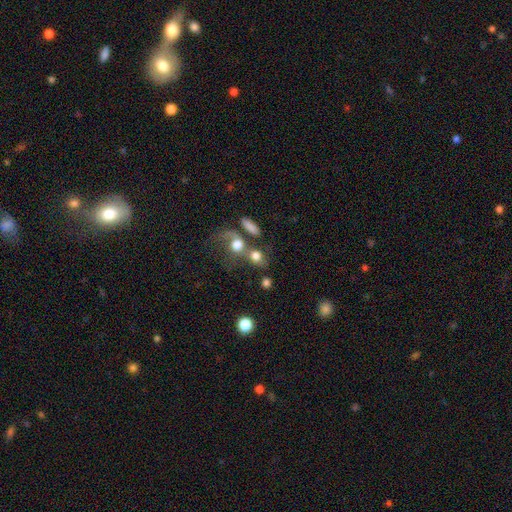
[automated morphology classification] Smooth or featured? Predicted: smooth (p=0.72). How rounded? Predicted: round (p=0.58). Merging? Predicted: merger (p=0.44).